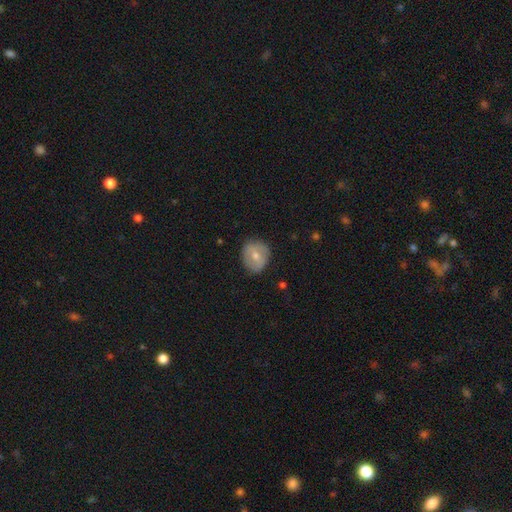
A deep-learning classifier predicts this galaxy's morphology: smooth-or-featured: smooth: 58% | featured or disk: 35% | star or artifact: 7%
  how-rounded: round: 75% | in between: 24% | cigar-shaped: 1%
  merging: none: 79% | minor disturbance: 16% | major disturbance: 4% | merger: 1%